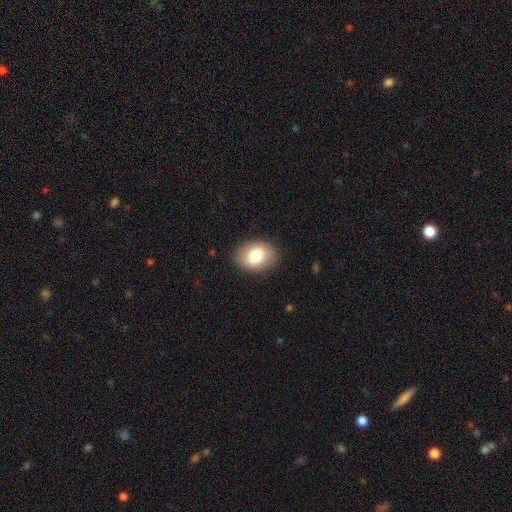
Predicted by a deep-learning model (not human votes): This is likely a smooth galaxy (77%). How rounded: likely in between (73%). Merging: clearly none (88%).